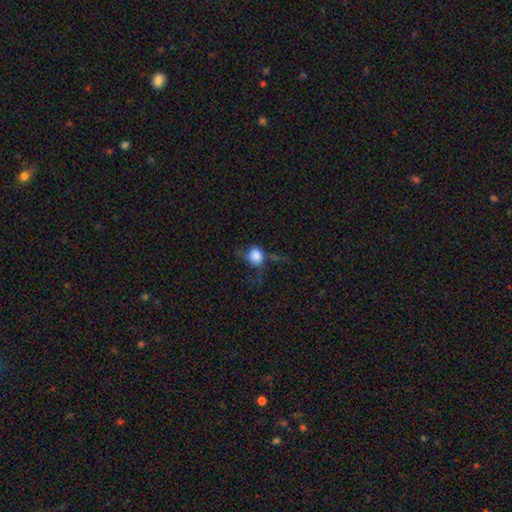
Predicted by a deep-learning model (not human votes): smooth 77%, featured or disk 14%, star or artifact 9%. Down the decision tree: how rounded — round (78%); merging — none (35%).